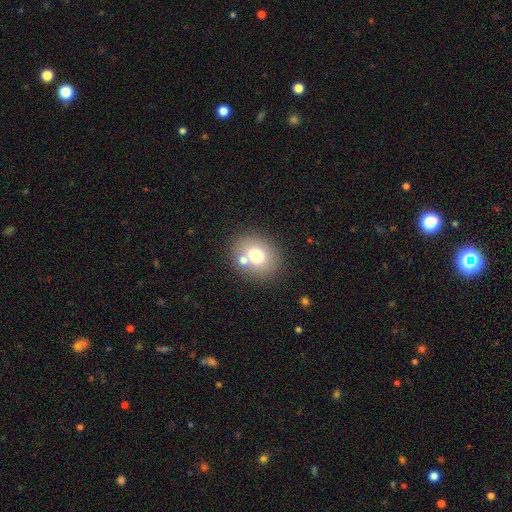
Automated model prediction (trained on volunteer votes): Smooth or featured?
  - smooth: 72% *
  - featured or disk: 17%
  - star or artifact: 12%
How rounded?
  - round: 62% *
  - in between: 37%
  - cigar-shaped: 1%
Merging?
  - none: 70% *
  - merger: 16%
  - minor disturbance: 10%
  - major disturbance: 4%